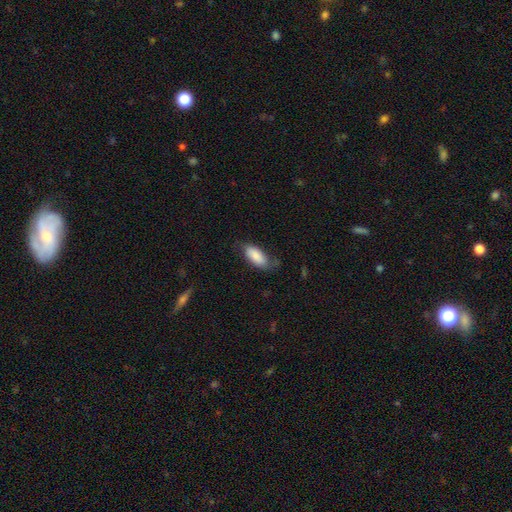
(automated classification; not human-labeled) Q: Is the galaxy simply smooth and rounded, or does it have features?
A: smooth — 82%.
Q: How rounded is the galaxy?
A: in between — 87%.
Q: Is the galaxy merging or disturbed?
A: none — 59%.